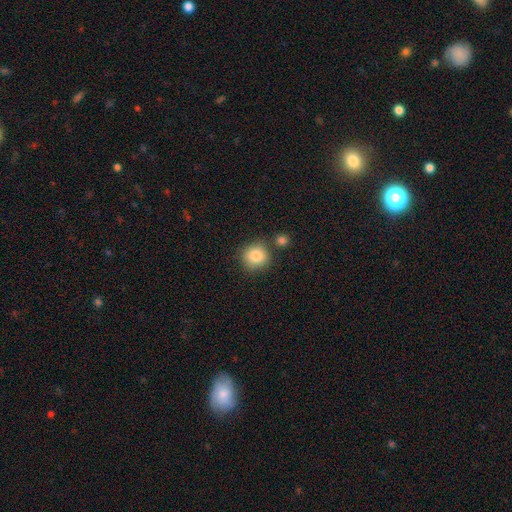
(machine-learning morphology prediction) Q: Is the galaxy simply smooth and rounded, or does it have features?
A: smooth — 84%.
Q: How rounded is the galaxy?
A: round — 88%.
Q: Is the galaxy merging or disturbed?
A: none — 76%.